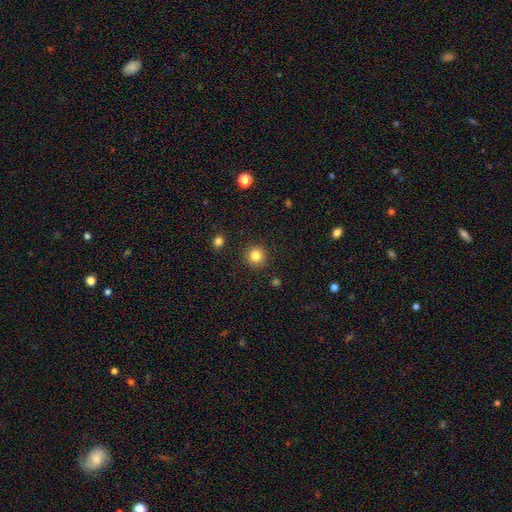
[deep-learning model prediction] Overall: smooth (84%). How rounded: round (94%). Merging: none (91%).